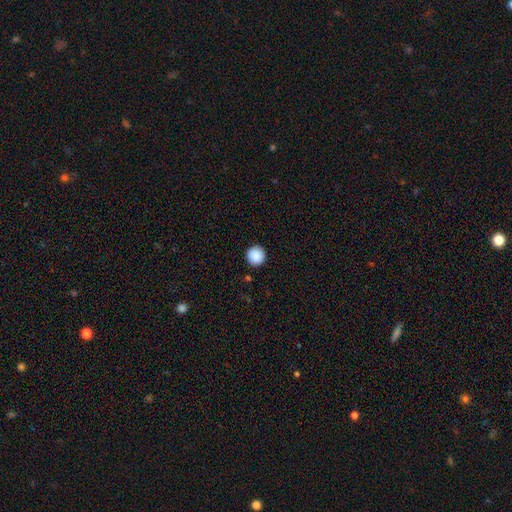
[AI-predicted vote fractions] This is clearly a smooth galaxy (89%). How rounded: clearly round (95%). Merging: clearly none (92%).